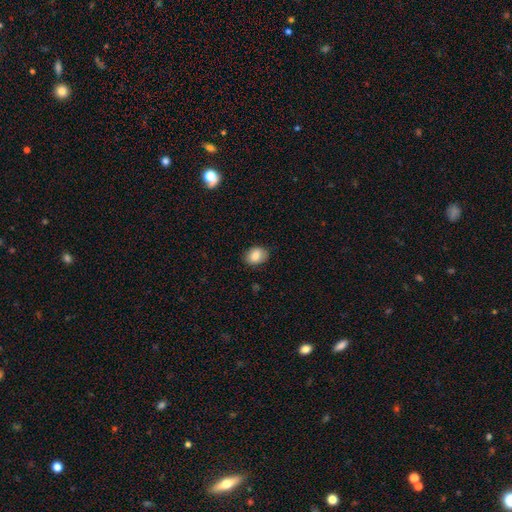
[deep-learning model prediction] This is clearly a smooth galaxy (84%). How rounded: likely in between (65%). Merging: clearly none (82%).